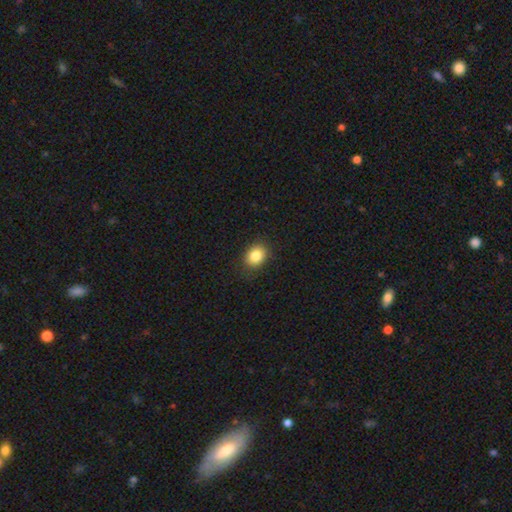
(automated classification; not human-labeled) smooth 85%, star or artifact 10%, featured or disk 6%. Down the decision tree: how rounded — in between (56%); merging — none (86%).